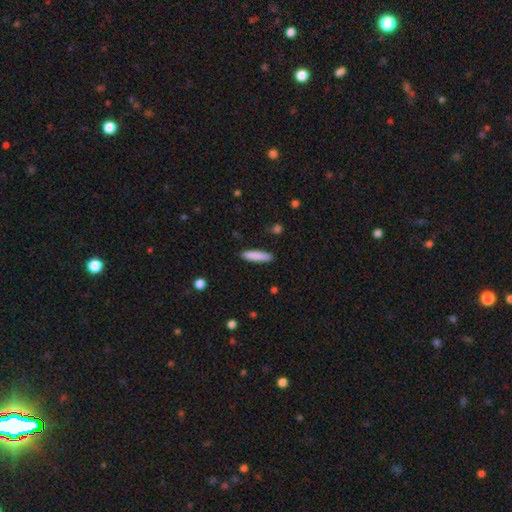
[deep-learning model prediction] Q: Smooth or featured?
A: smooth (86%); runner-up: featured or disk (8%)
Q: How rounded?
A: cigar-shaped (84%); runner-up: in between (15%)
Q: Merging?
A: none (88%); runner-up: minor disturbance (9%)